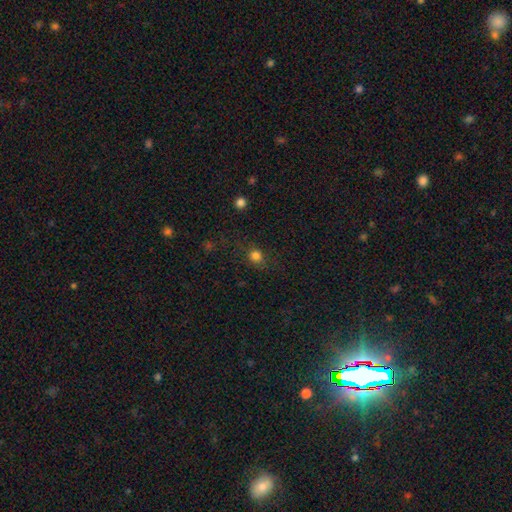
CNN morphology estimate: smooth 78%, star or artifact 16%, featured or disk 6%. Down the decision tree: how rounded — round (79%); merging — none (79%).